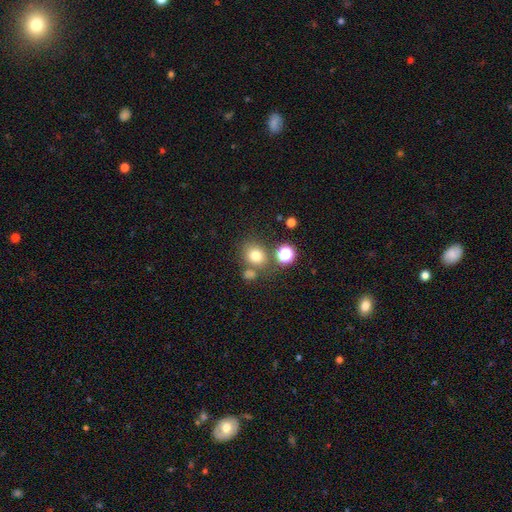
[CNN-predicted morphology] This appears to be a smooth galaxy with no disk features (74%) that is round (73%). Merging: none (68%).